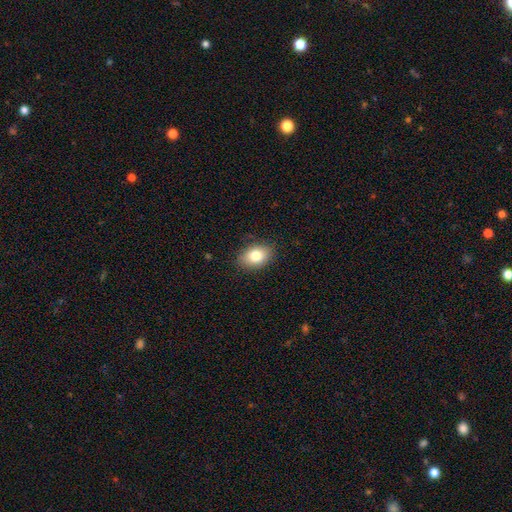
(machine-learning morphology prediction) A smooth galaxy with no disk features (82%) that is in between round and cigar-shaped (78%).

Vote fractions:
- Smooth or featured? smooth: 82% / featured or disk: 10% / star or artifact: 9%
- How rounded? in between: 78% / round: 20% / cigar-shaped: 1%
- Merging? none: 86% / minor disturbance: 11% / major disturbance: 3% / merger: 1%